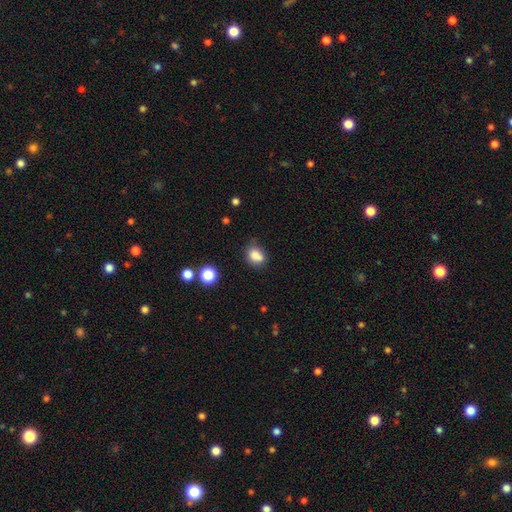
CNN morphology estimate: Smooth or featured: smooth — 81% (star or artifact — 12%)
How rounded: in between — 52% (round — 47%)
Merging: none — 56% (minor disturbance — 25%)